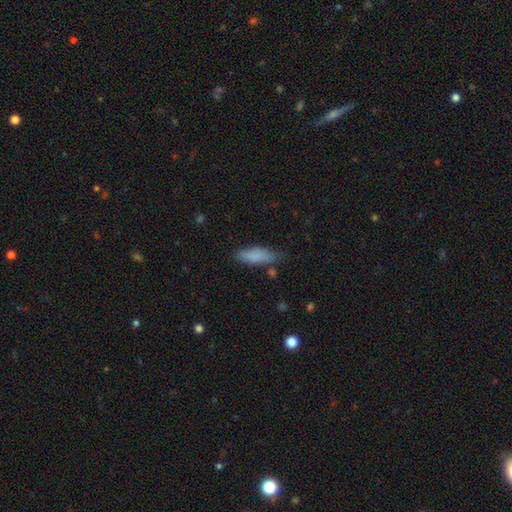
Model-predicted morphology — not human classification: This is clearly a smooth galaxy (84%). How rounded: possibly in between (55%). Merging: likely none (72%).